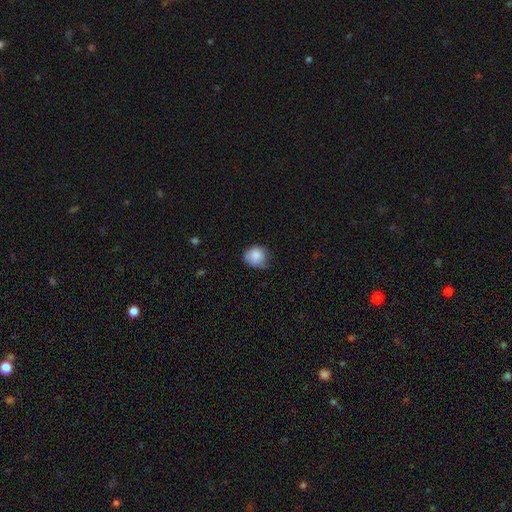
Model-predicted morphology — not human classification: The model was most divided on "merging": none: 56%, minor disturbance: 34%, major disturbance: 8%, merger: 1%. More confident: smooth or featured — smooth (83%); how rounded — round (77%).